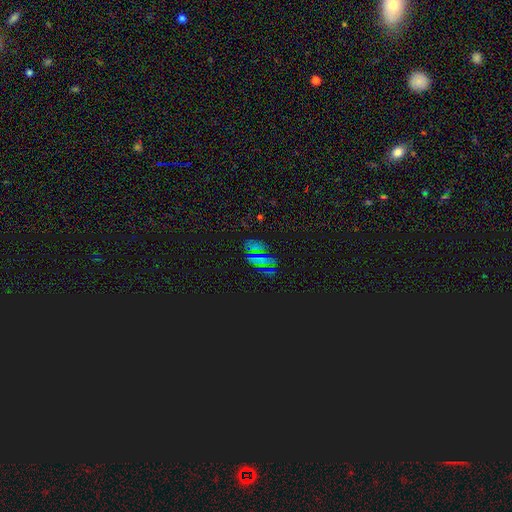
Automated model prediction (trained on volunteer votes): A star or artifact, not a galaxy (53%).